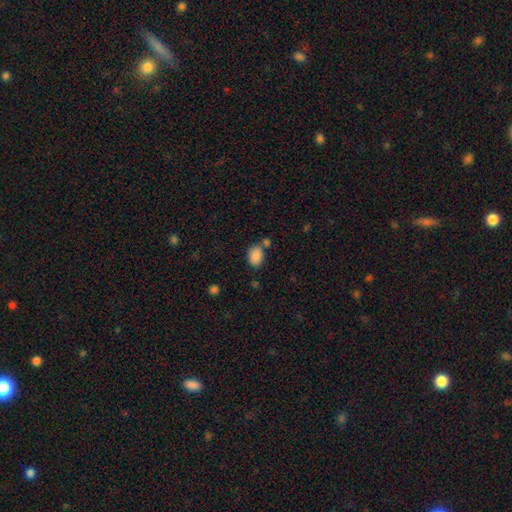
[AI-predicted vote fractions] Smooth or featured?
  - smooth: 88% *
  - star or artifact: 8%
  - featured or disk: 4%
How rounded?
  - in between: 78% *
  - round: 21%
  - cigar-shaped: 1%
Merging?
  - none: 63% *
  - merger: 17%
  - minor disturbance: 15%
  - major disturbance: 5%